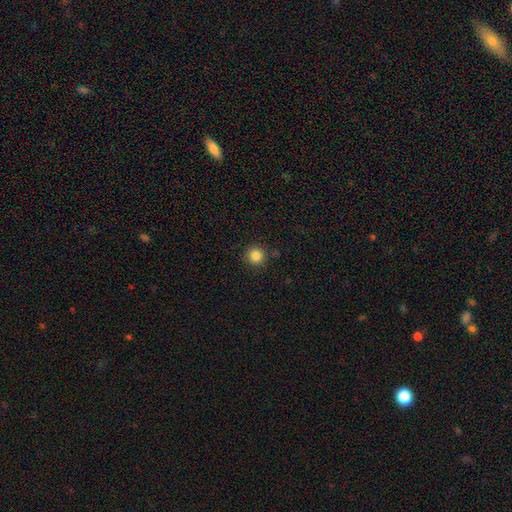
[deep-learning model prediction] Smooth or featured? Predicted: smooth (p=0.85). How rounded? Predicted: round (p=0.95). Merging? Predicted: none (p=0.90).